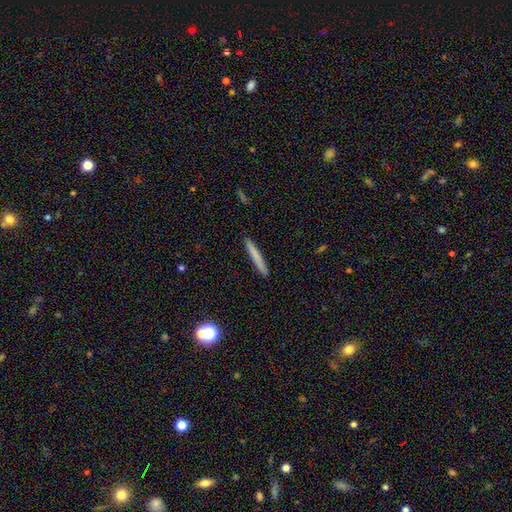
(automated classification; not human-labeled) Q: Smooth or featured?
A: smooth (75%); runner-up: featured or disk (18%)
Q: How rounded?
A: cigar-shaped (96%); runner-up: in between (3%)
Q: Merging?
A: none (92%); runner-up: minor disturbance (6%)